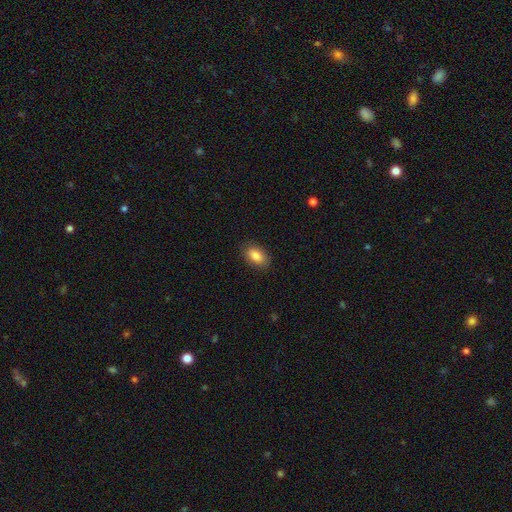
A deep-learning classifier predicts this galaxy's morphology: Smooth or featured? Predicted: smooth (p=0.87). How rounded? Predicted: in between (p=0.91). Merging? Predicted: none (p=0.87).